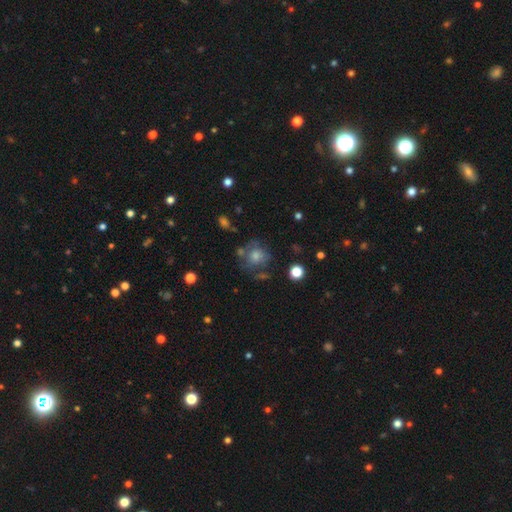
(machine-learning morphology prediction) The model was most divided on "smooth or featured": smooth: 49%, featured or disk: 35%, star or artifact: 16%. More confident: merging — none (60%).